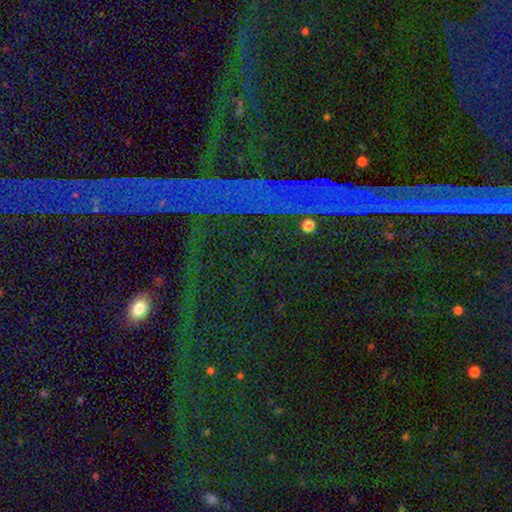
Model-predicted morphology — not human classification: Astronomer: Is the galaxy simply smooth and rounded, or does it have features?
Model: star or artifact — 86%.